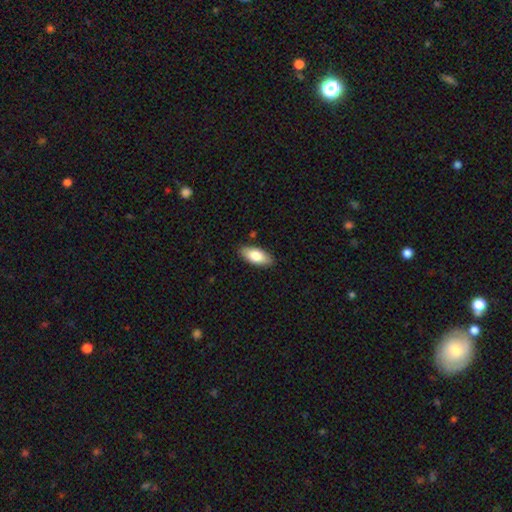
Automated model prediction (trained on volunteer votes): Overall: smooth (79%). How rounded: in between (87%). Merging: none (88%).